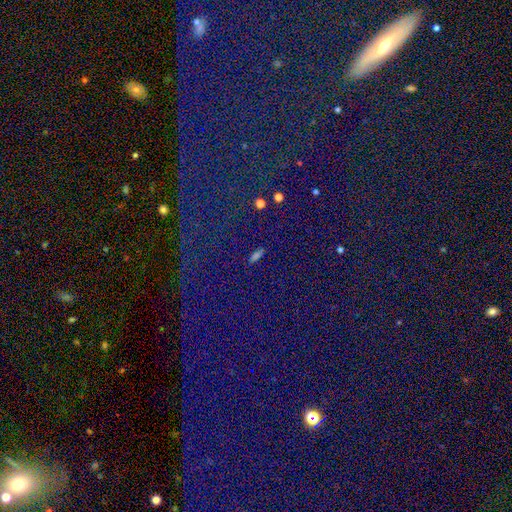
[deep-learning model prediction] Overall: star or artifact (82%).